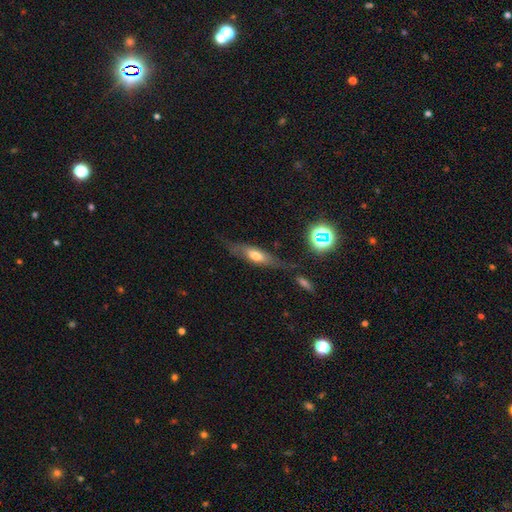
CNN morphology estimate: This is possibly a smooth galaxy (47%). Merging: likely none (62%).